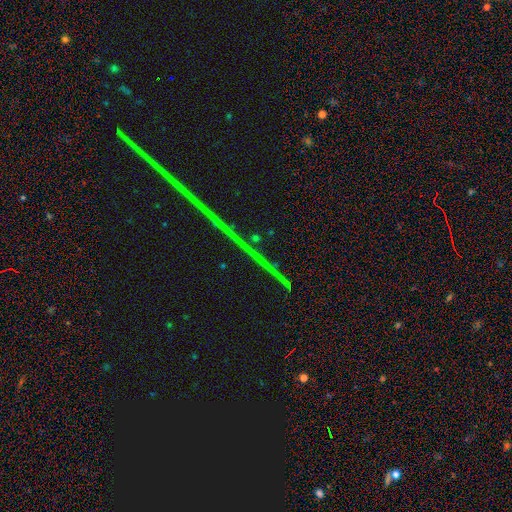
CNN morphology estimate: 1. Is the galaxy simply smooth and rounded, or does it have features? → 88% star or artifact, 7% featured or disk, 5% smooth.